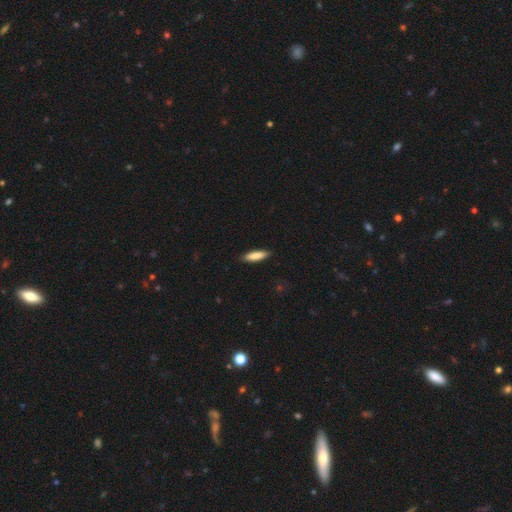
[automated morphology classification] smooth_or_featured: smooth (p=0.85) [alt: featured or disk p=0.09]
how_rounded: cigar-shaped (p=0.66) [alt: in between p=0.33]
merging: none (p=0.88) [alt: minor disturbance p=0.09]